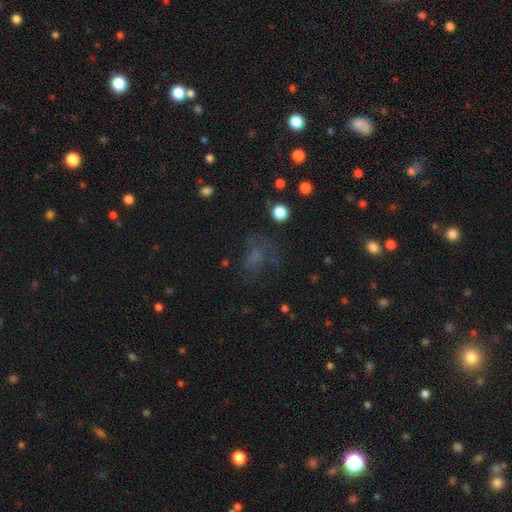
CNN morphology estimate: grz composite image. It shows a smooth galaxy with no disk features (44%). Merging: none (44%).